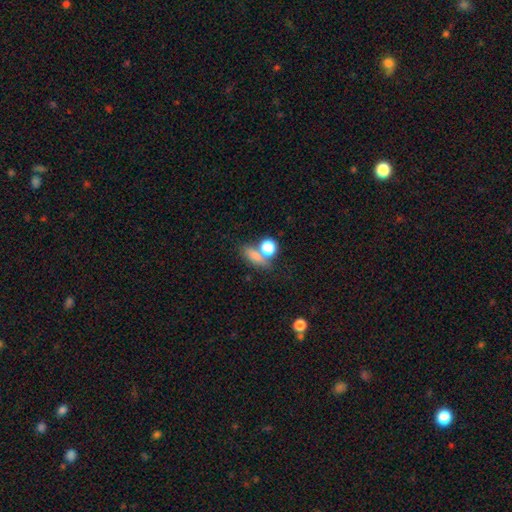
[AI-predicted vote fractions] This appears to be a smooth galaxy with no disk features (74%) that is in between round and cigar-shaped (53%). Merging: none (51%).